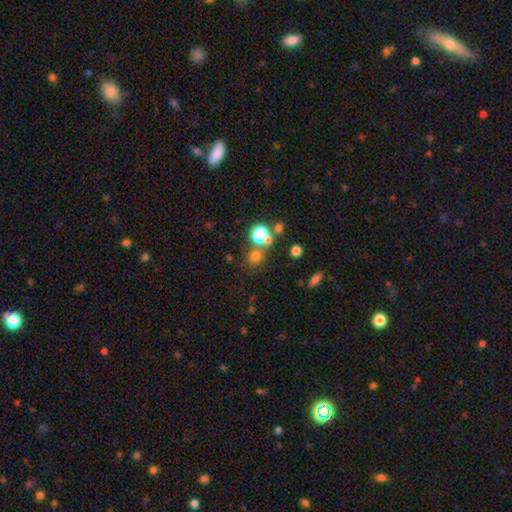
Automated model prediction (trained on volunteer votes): The model was most divided on "merging": none: 65%, merger: 22%, minor disturbance: 8%, major disturbance: 4%. More confident: how rounded — round (86%); smooth or featured — smooth (68%).